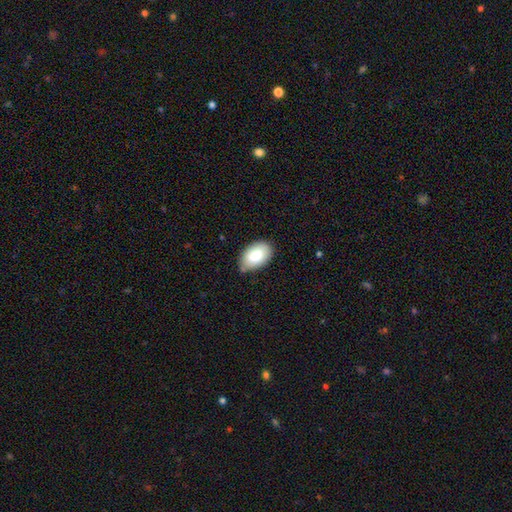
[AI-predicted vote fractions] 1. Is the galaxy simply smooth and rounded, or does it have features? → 84% smooth, 10% featured or disk, 7% star or artifact.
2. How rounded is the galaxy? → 93% in between, 5% round, 1% cigar-shaped.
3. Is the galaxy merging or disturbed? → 79% none, 16% minor disturbance, 3% major disturbance, 2% merger.